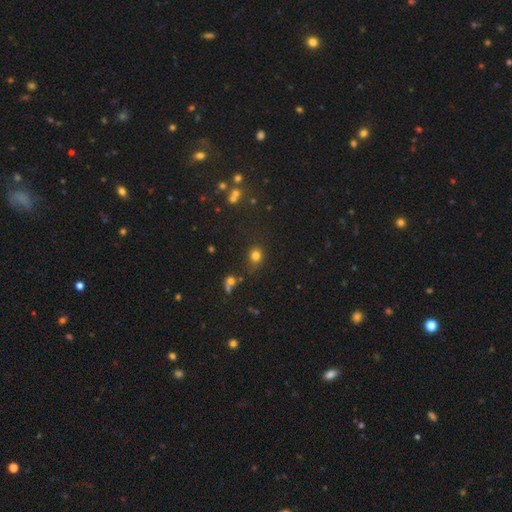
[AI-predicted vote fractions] Smooth or featured? smooth (76%)
How rounded? round (68%)
Merging? none (71%)